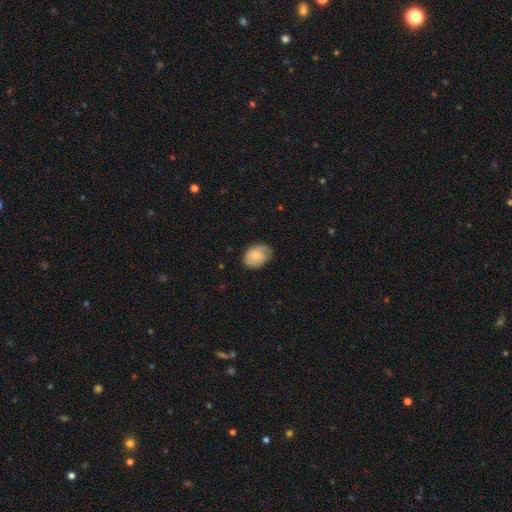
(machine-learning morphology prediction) Smooth or featured? Predicted: smooth (p=0.71). How rounded? Predicted: in between (p=0.70). Merging? Predicted: none (p=0.60).